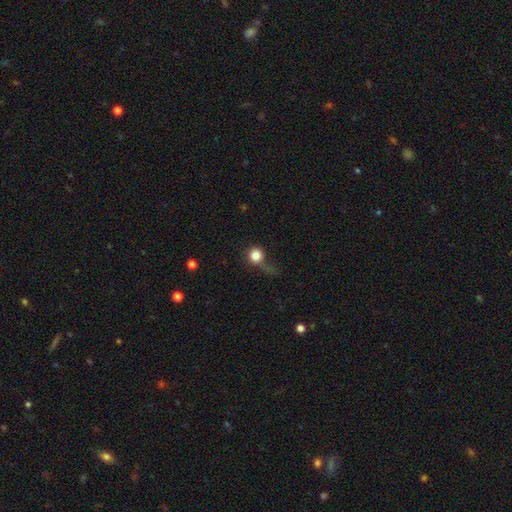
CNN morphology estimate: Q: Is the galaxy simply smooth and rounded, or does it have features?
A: smooth — 81%.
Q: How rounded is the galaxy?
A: round — 90%.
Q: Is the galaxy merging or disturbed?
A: none — 41%.